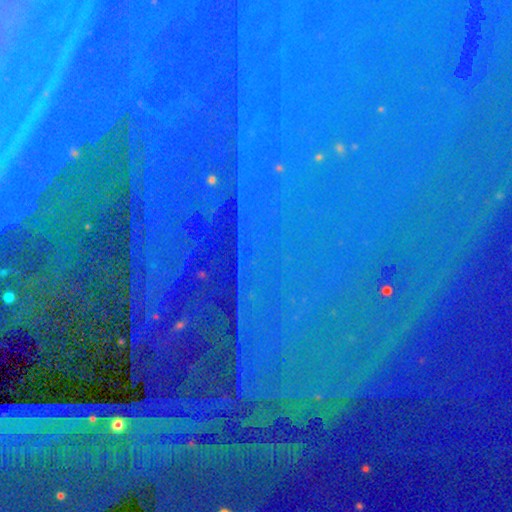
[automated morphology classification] This is clearly a star or artifact rather than a galaxy (87%).